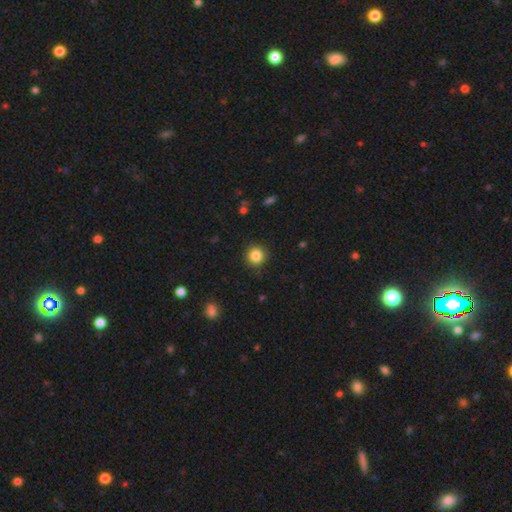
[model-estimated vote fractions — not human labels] Morphology: type=smooth (85%); roundness=round (93%); merging=none (90%).